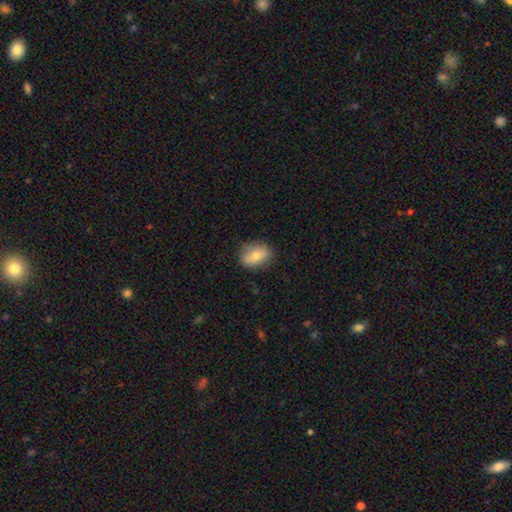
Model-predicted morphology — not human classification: Smooth or featured?
  - smooth: 71% *
  - featured or disk: 21%
  - star or artifact: 8%
How rounded?
  - in between: 66% *
  - round: 32%
  - cigar-shaped: 2%
Merging?
  - none: 82% *
  - minor disturbance: 13%
  - major disturbance: 3%
  - merger: 1%